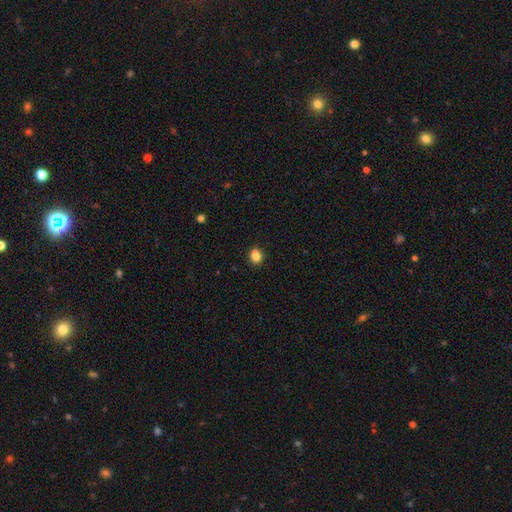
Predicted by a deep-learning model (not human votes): Smooth or featured: smooth — 85% (star or artifact — 11%)
How rounded: round — 55% (in between — 44%)
Merging: none — 89% (minor disturbance — 8%)